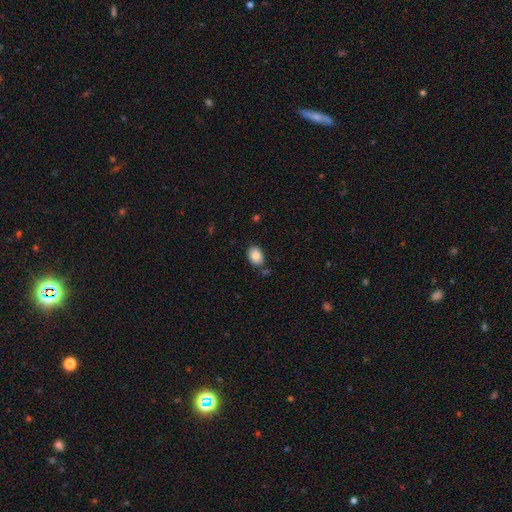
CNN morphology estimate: Q: Smooth or featured?
A: smooth (86%); runner-up: star or artifact (8%)
Q: How rounded?
A: in between (78%); runner-up: round (21%)
Q: Merging?
A: none (79%); runner-up: minor disturbance (13%)